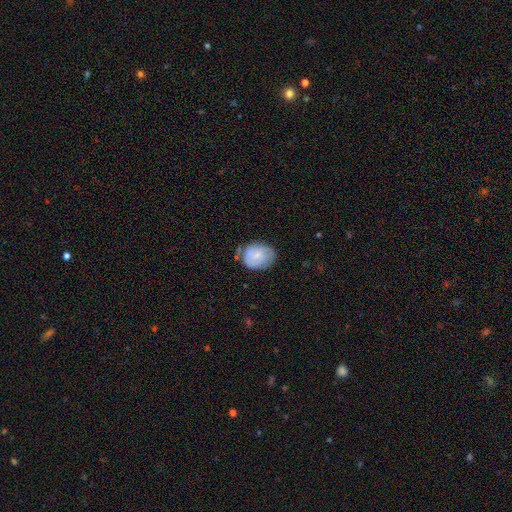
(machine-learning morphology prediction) This is likely a smooth galaxy (62%). How rounded: possibly in between (54%). Merging: likely none (61%).